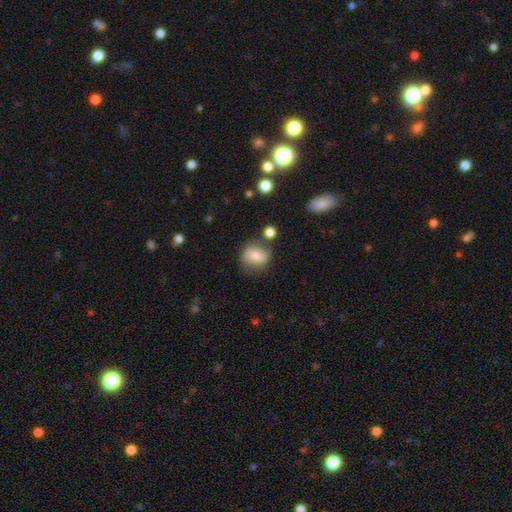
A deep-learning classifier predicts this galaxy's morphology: Overall: smooth (60%; featured or disk 31%). How rounded: round (61%; in between 37%). Merging: none (66%).